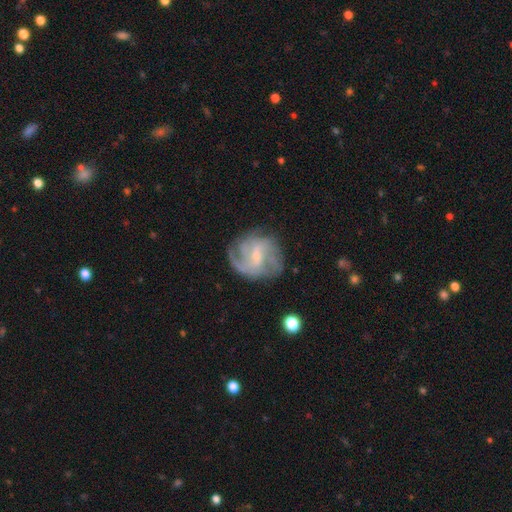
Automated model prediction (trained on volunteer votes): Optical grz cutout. It shows a featured or disk galaxy (80%) with a weak bar (57%), 2 (27%, tied with can't tell) medium (46%) spiral arms (92%) and a small central bulge (61%). Merging: none (67%).